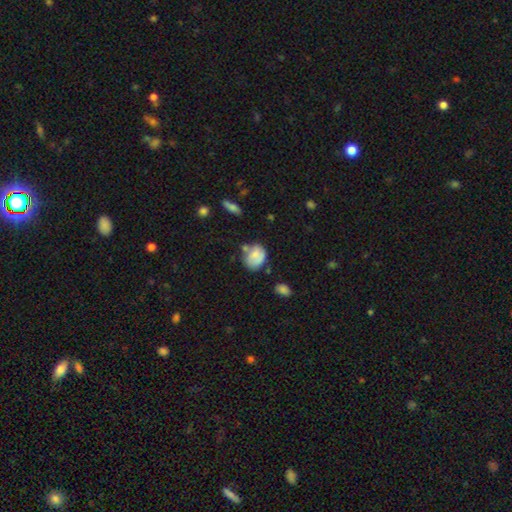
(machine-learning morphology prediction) type=smooth (63%); roundness=in between (56%); merging=none (49%).